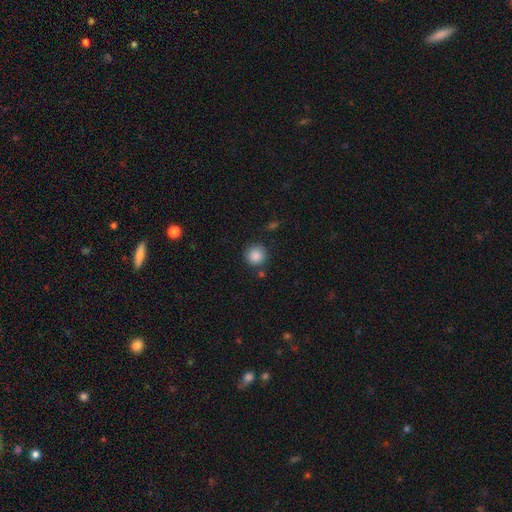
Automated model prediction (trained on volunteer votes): This is clearly a smooth galaxy (87%). How rounded: clearly round (93%). Merging: clearly none (85%).